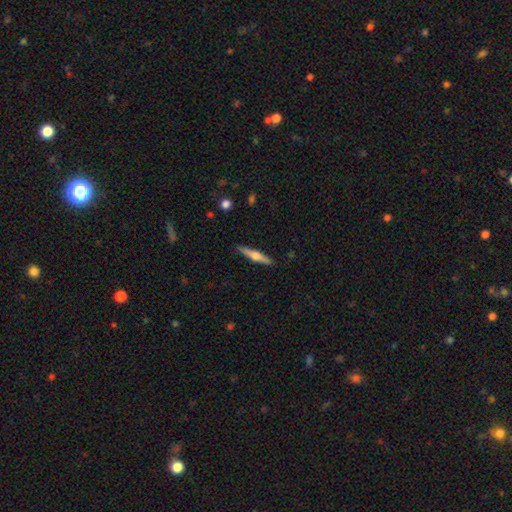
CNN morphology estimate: This is likely a featured or disk galaxy (65%). It is clearly viewed edge-on (97%). Edge-on bulge: clearly rounded (91%). Merging: clearly none (90%).